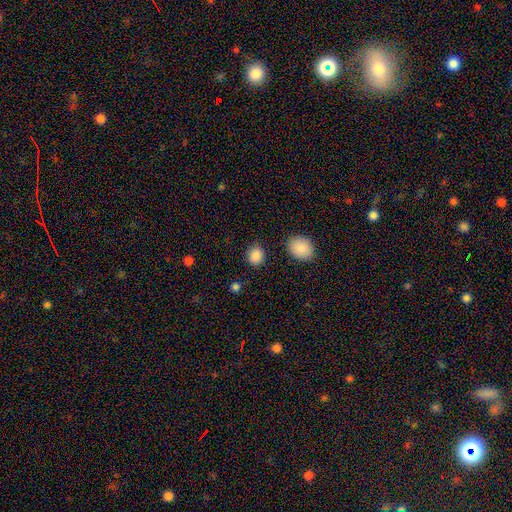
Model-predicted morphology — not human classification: This is clearly a smooth galaxy (87%). How rounded: likely round (68%). Merging: clearly none (84%).